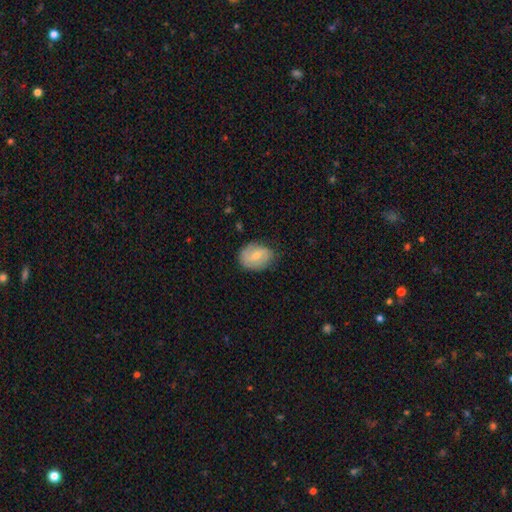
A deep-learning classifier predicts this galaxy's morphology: Overall: smooth (54%; featured or disk 40%). How rounded: in between (59%; round 39%). Merging: none (70%).